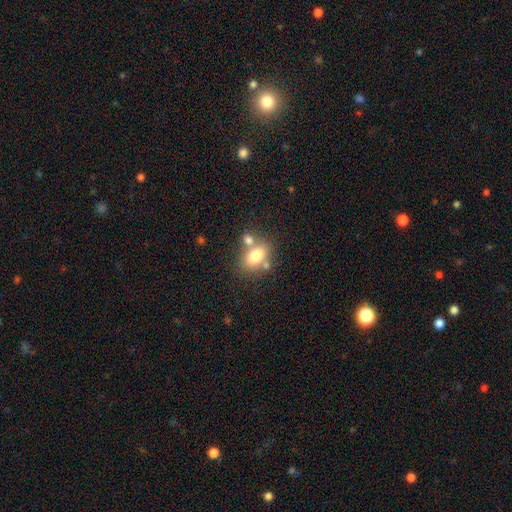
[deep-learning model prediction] A smooth galaxy with no disk features (75%) that is in between round and cigar-shaped (80%).

Vote fractions:
- Smooth or featured? smooth: 75% / featured or disk: 16% / star or artifact: 9%
- How rounded? in between: 80% / round: 18% / cigar-shaped: 2%
- Merging? none: 54% / merger: 29% / minor disturbance: 12% / major disturbance: 5%